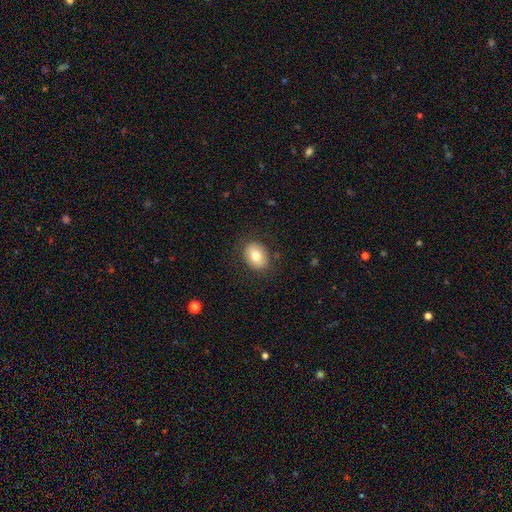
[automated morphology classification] smooth 78%, featured or disk 14%, star or artifact 8%. Down the decision tree: how rounded — in between (67%); merging — none (83%).